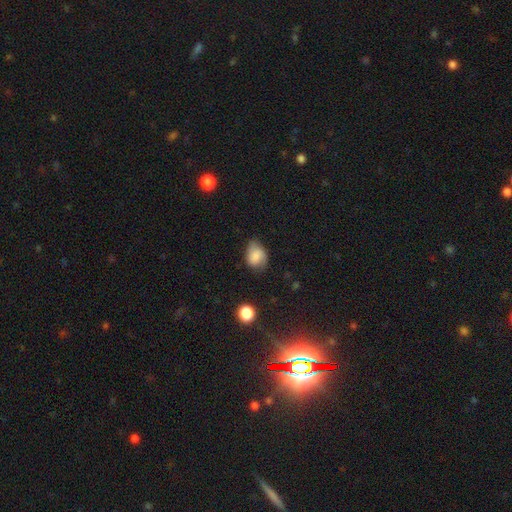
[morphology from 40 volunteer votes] smooth-or-featured: smooth: 80% | featured or disk: 12% | star or artifact: 8%
  how-rounded: round: 66% | in between: 34% | cigar-shaped: 0%
  merging: none: 46% (tied) | minor disturbance: 46% (tied) | major disturbance: 5% | merger: 3%